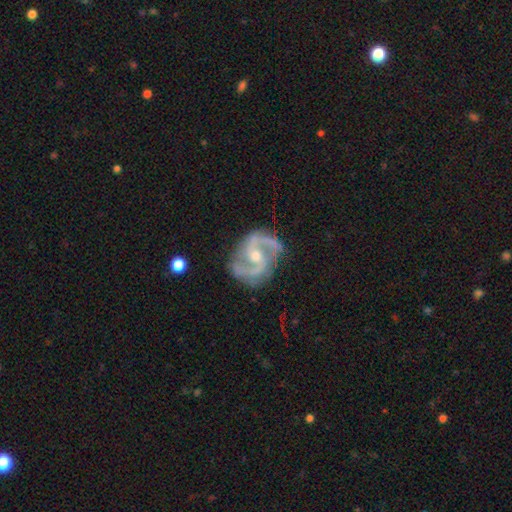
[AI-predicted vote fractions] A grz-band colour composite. It shows a featured or disk galaxy (91%) with a weak bar (45%), 2 (92%) medium (60%) spiral arms (98%) and a moderate central bulge (60%). Merging: none (77%).